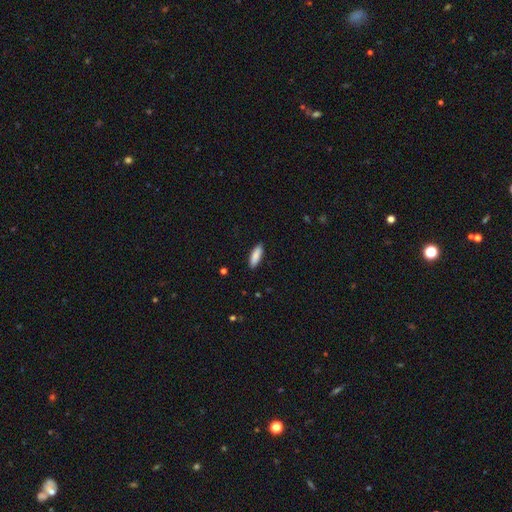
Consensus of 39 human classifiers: smooth 90%, featured or disk 5%, star or artifact 5%. Down the decision tree: how rounded — in between (54%); merging — none (81%).